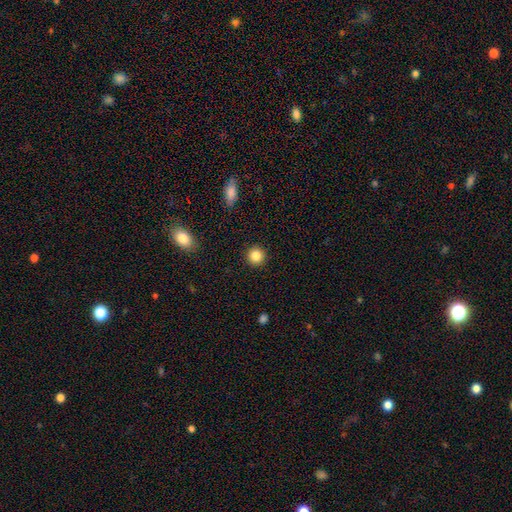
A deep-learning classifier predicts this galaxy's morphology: Smooth or featured? Predicted: smooth (p=0.85). How rounded? Predicted: round (p=0.94). Merging? Predicted: none (p=0.93).